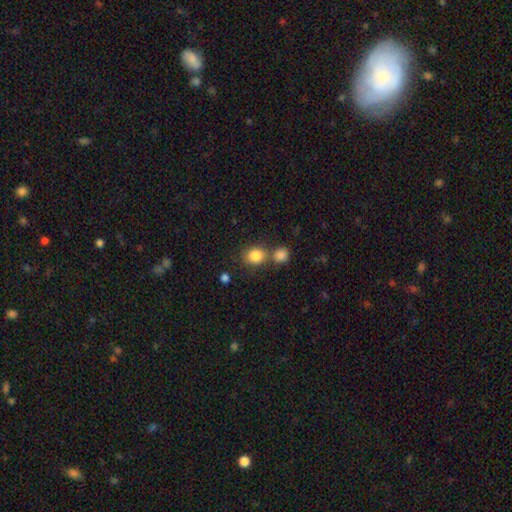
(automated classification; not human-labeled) Q: Smooth or featured?
A: smooth (84%); runner-up: star or artifact (10%)
Q: How rounded?
A: round (69%); runner-up: in between (30%)
Q: Merging?
A: none (60%); runner-up: merger (27%)